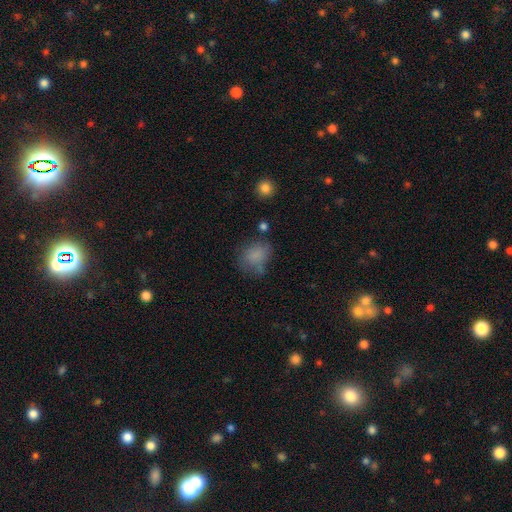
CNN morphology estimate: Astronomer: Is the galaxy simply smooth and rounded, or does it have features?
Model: smooth — 77%.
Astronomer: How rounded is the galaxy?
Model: in between — 54% (runner-up: round, 44%).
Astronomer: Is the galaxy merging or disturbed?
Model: none — 51% (runner-up: minor disturbance, 27%).